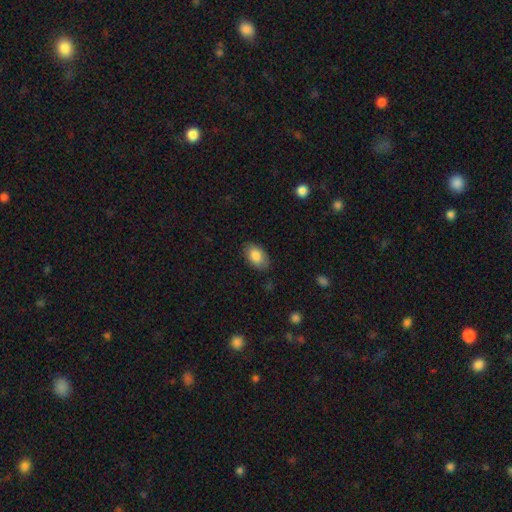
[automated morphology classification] Overall: smooth (85%). How rounded: in between (92%). Merging: none (84%).